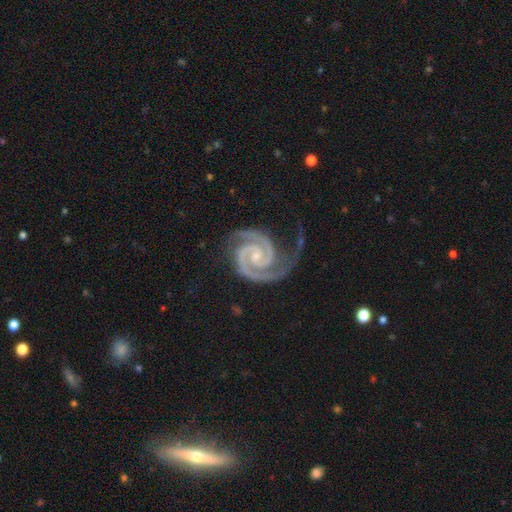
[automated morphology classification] A featured or disk galaxy (95%) with no bar (56%), 2 (92%) tight (66%) spiral arms (99%) and a small central bulge (65%). Merging: none (67%).